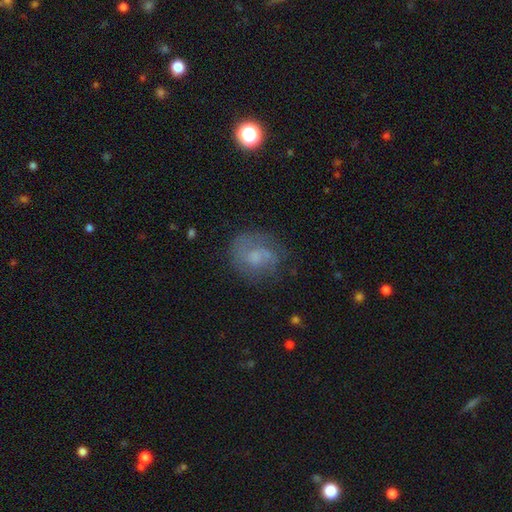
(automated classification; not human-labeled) smooth-or-featured: featured or disk: 51% | smooth: 36% | star or artifact: 12%
  disk-edge-on: no: 97% | yes: 3%
    bar: no: 68% | weak: 28% | strong: 4%
    has-spiral-arms: yes: 75% | no: 25%
    bulge-size: small: 35% | moderate: 31% | none: 27% | large: 6% | dominant: 2%
  merging: none: 60% | minor disturbance: 21% | major disturbance: 16% | merger: 3%